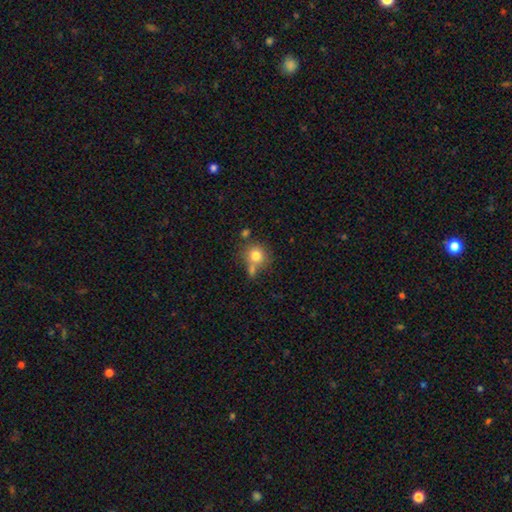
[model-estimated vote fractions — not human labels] Morphology: type=smooth (79%); roundness=round (85%); merging=none (57%).